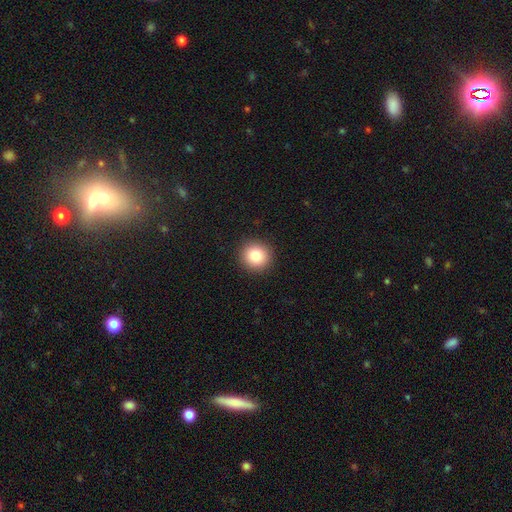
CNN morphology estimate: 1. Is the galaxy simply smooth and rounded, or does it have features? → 83% smooth, 10% star or artifact, 7% featured or disk.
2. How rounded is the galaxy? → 92% round, 7% in between, 1% cigar-shaped.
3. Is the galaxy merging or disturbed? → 92% none, 5% minor disturbance, 2% major disturbance, 1% merger.